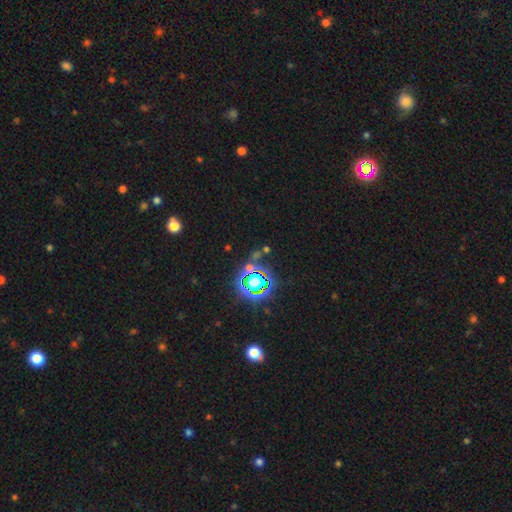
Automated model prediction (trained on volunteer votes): This appears to be a star or artifact, not a galaxy (75%).